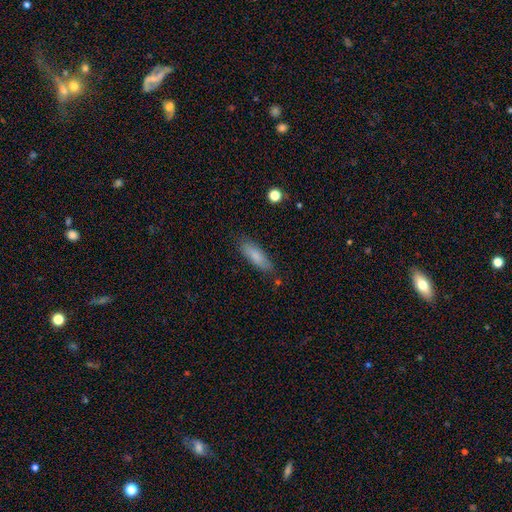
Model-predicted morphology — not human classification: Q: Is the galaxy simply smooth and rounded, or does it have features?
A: smooth — 82%.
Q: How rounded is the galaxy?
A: cigar-shaped — 51%.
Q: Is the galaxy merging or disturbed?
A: none — 82%.